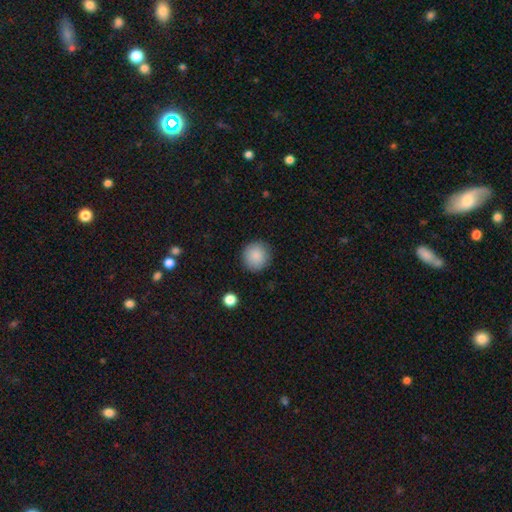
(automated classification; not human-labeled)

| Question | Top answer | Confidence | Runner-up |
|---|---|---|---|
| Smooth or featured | smooth | 88% | star or artifact (8%) |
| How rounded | round | 93% | in between (6%) |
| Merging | none | 89% | minor disturbance (8%) |